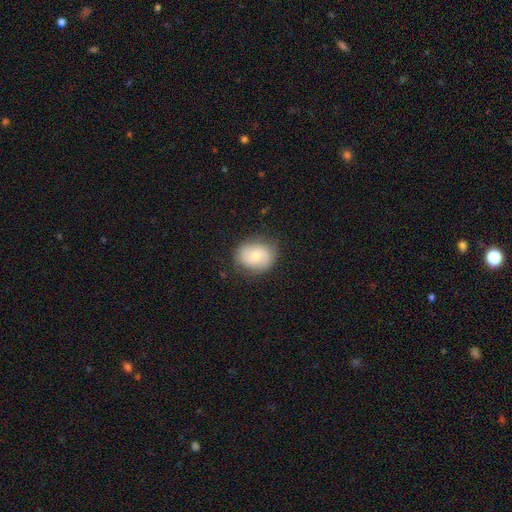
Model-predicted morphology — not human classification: Q: Smooth or featured?
A: smooth (53%); runner-up: featured or disk (39%)
Q: How rounded?
A: round (63%); runner-up: in between (36%)
Q: Merging?
A: none (77%); runner-up: minor disturbance (16%)